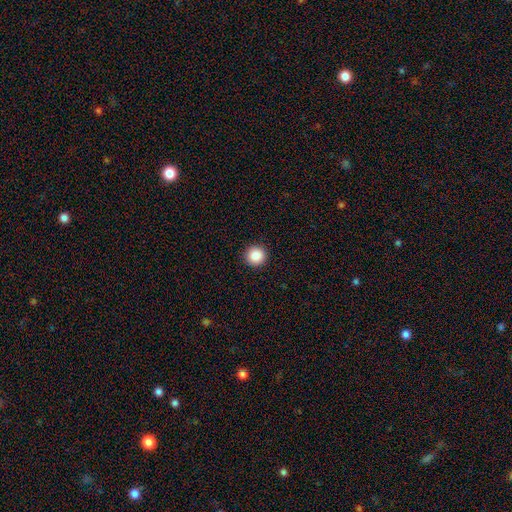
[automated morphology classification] A smooth galaxy with no disk features (87%) that is round (96%).

Vote fractions:
- Smooth or featured? smooth: 87% / star or artifact: 9% / featured or disk: 3%
- How rounded? round: 96% / in between: 3% / cigar-shaped: 1%
- Merging? none: 93% / minor disturbance: 4% / major disturbance: 1% / merger: 1%